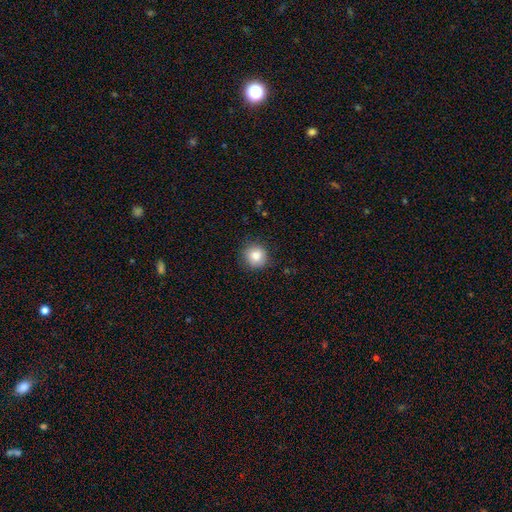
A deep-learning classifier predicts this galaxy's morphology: This appears to be a smooth galaxy with no disk features (84%) that is round (89%). Merging: none (85%).